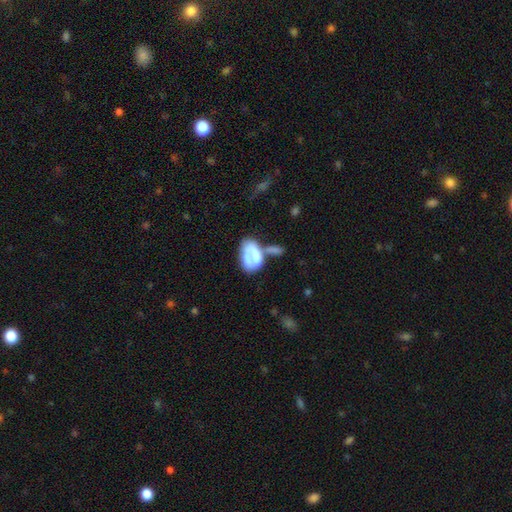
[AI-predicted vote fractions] smooth 55%, featured or disk 37%, star or artifact 8%. Down the decision tree: how rounded — in between (90%); merging — merger (37%).